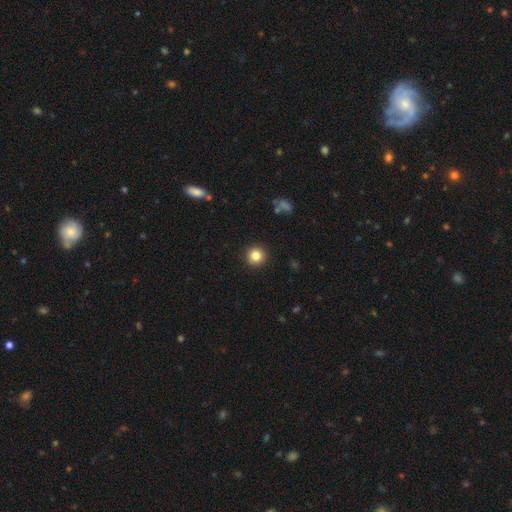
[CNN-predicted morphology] type=smooth (83%); roundness=round (95%); merging=none (92%).